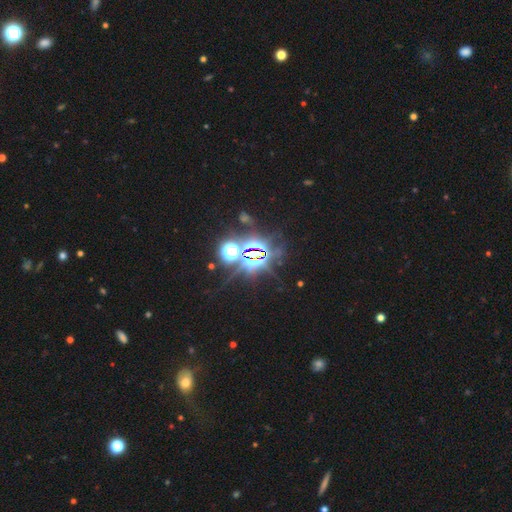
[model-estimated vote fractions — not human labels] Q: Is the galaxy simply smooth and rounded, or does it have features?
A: star or artifact — 81%.